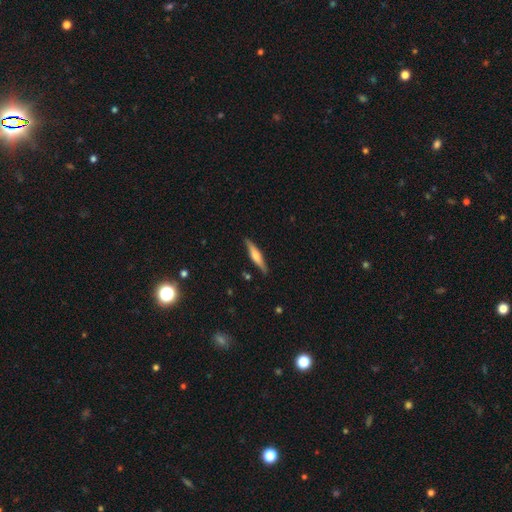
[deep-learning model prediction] This appears to be a featured or disk galaxy (52%) viewed edge-on (95%). Merging: none (87%).